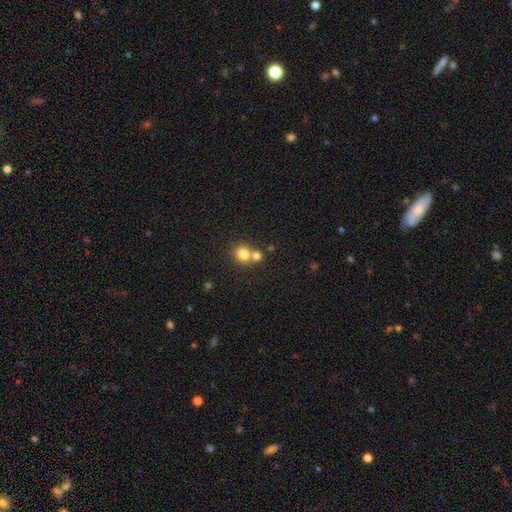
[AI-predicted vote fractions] This appears to be a smooth galaxy with no disk features (63%) that is round (88%). Merging: none (58%).